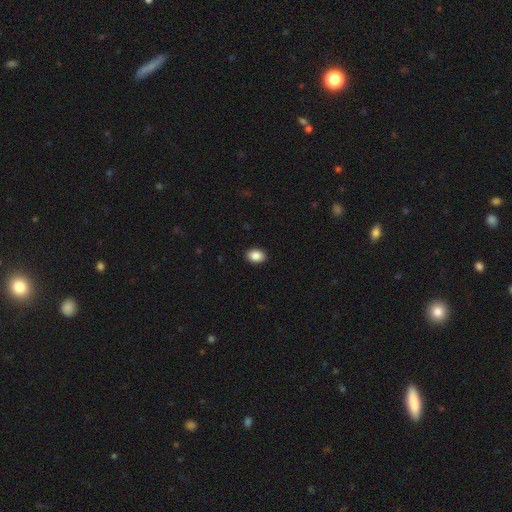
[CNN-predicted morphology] Q: Smooth or featured?
A: smooth (88%); runner-up: star or artifact (8%)
Q: How rounded?
A: in between (78%); runner-up: round (21%)
Q: Merging?
A: none (91%); runner-up: minor disturbance (6%)